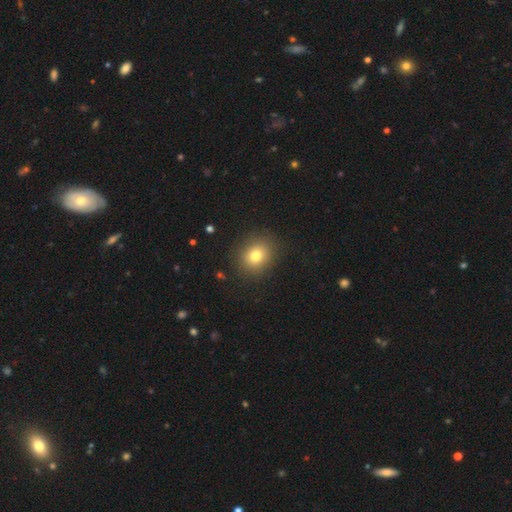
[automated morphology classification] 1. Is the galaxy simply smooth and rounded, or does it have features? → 78% smooth, 12% star or artifact, 10% featured or disk.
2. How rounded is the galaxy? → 70% round, 29% in between, 1% cigar-shaped.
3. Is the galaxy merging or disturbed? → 88% none, 8% minor disturbance, 3% major disturbance, 1% merger.